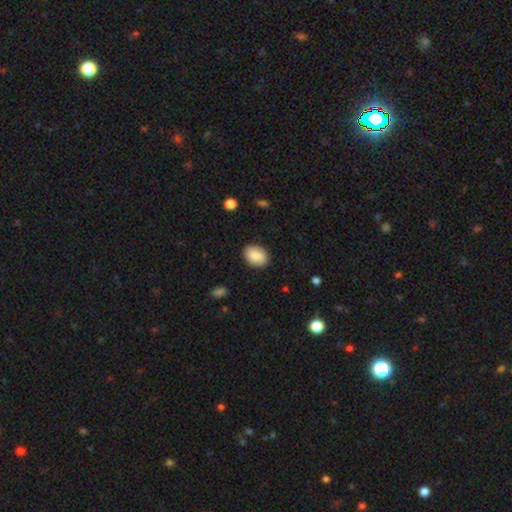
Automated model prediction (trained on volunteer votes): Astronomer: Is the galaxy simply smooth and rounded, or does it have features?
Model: smooth — 88%.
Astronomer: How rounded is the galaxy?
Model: in between — 81%.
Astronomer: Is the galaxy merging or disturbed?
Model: none — 87%.